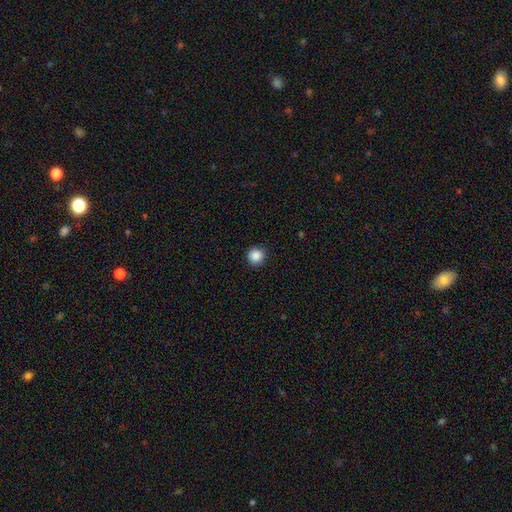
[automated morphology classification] smooth_or_featured: smooth (p=0.87) [alt: star or artifact p=0.10]
how_rounded: round (p=0.95) [alt: in between p=0.04]
merging: none (p=0.92) [alt: minor disturbance p=0.05]